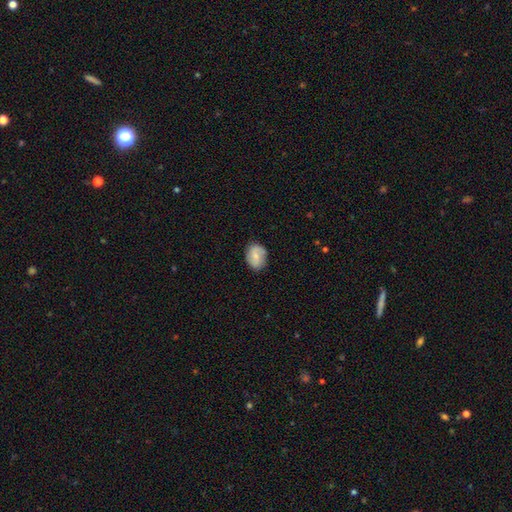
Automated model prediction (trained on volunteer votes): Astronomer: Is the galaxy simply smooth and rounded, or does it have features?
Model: smooth — 58% (runner-up: featured or disk, 35%).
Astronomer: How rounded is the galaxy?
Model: in between — 58% (runner-up: round, 40%).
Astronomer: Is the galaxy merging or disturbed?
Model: none — 80%.